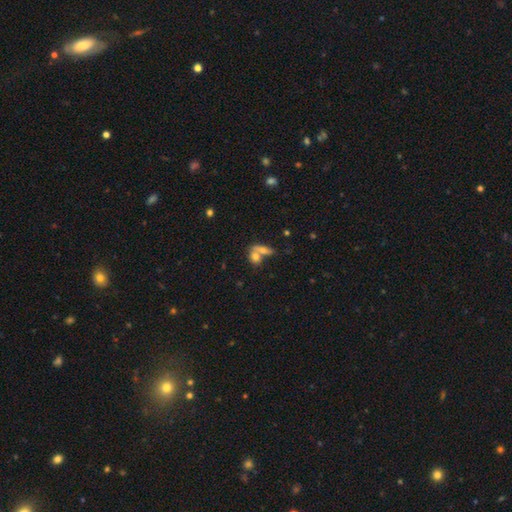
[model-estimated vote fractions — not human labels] Smooth or featured: smooth — 71% (featured or disk — 18%)
How rounded: in between — 66% (round — 26%)
Merging: merger — 62% (none — 25%)